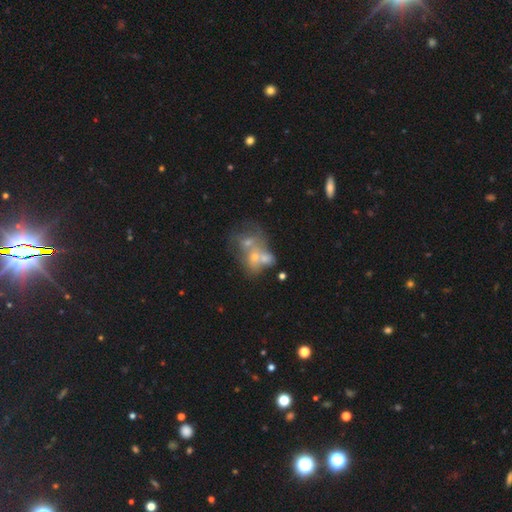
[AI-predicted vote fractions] This is possibly a featured or disk galaxy (47%). Merging: possibly merger (59%).